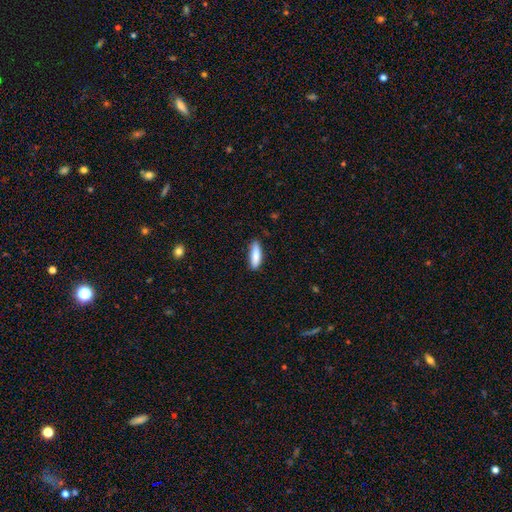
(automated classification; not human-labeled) smooth-or-featured: smooth: 85% | featured or disk: 9% | star or artifact: 6%
  how-rounded: cigar-shaped: 57% | in between: 42% | round: 2%
  merging: none: 84% | minor disturbance: 12% | major disturbance: 2% | merger: 1%